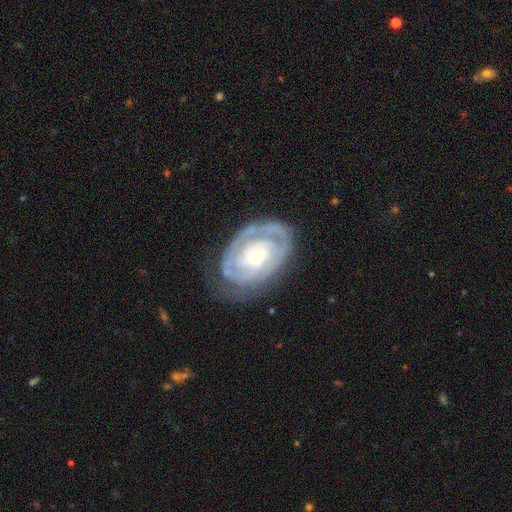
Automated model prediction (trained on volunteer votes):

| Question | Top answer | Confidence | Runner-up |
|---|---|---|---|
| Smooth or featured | featured or disk | 86% | smooth (10%) |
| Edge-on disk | no | 97% | yes (3%) |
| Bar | no | 69% | weak (23%) |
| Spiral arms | yes | 92% | no (8%) |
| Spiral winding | tight | 76% | medium (20%) |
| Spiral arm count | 2 | 36% | can't tell (33%) |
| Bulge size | small | 67% | moderate (28%) |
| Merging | none | 70% | minor disturbance (20%) |